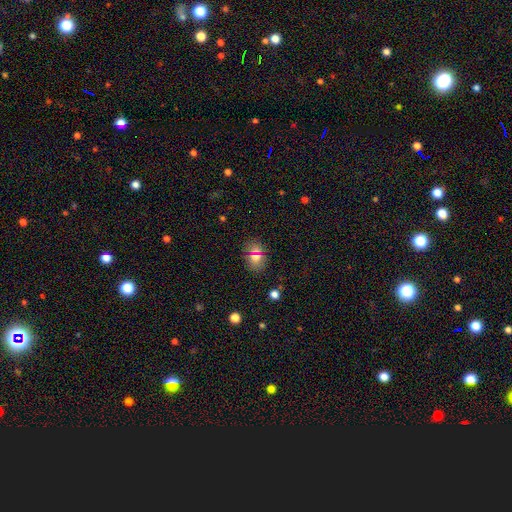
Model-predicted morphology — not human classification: This appears to be a smooth galaxy with no disk features (69%) that is in between round and cigar-shaped (56%). Merging: none (83%).